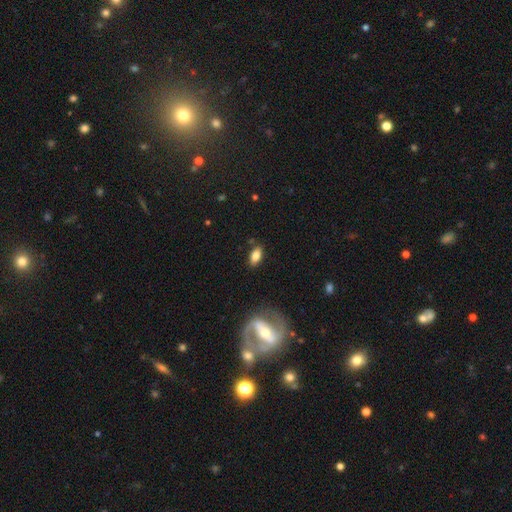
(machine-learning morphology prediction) Overall: smooth (79%). How rounded: in between (90%). Merging: none (83%).